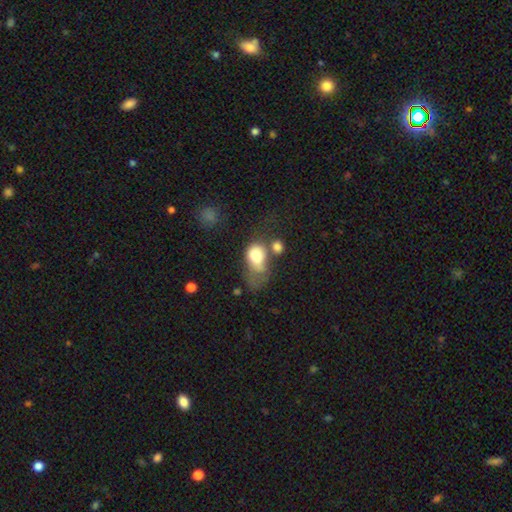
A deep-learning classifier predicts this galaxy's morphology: smooth-or-featured: smooth: 73% | featured or disk: 18% | star or artifact: 9%
  how-rounded: in between: 72% | round: 26% | cigar-shaped: 2%
  merging: major disturbance: 38% | merger: 28% | minor disturbance: 19% | none: 16%